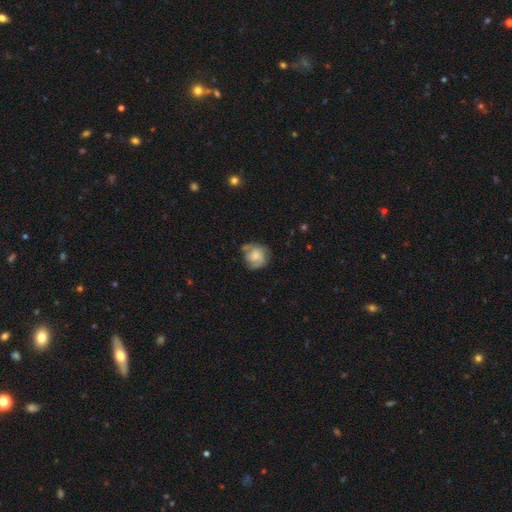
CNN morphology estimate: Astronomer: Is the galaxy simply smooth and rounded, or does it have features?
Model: smooth — 52% (runner-up: featured or disk, 40%).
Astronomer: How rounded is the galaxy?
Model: round — 79%.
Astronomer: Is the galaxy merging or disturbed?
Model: none — 55%.